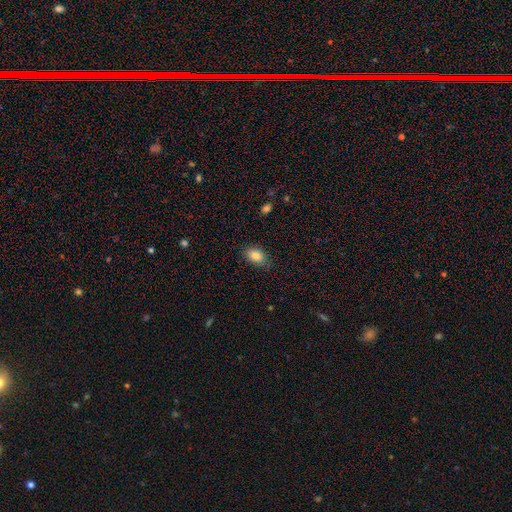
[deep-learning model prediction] A smooth galaxy with no disk features (86%) that is in between round and cigar-shaped (87%). Merging: none (85%).